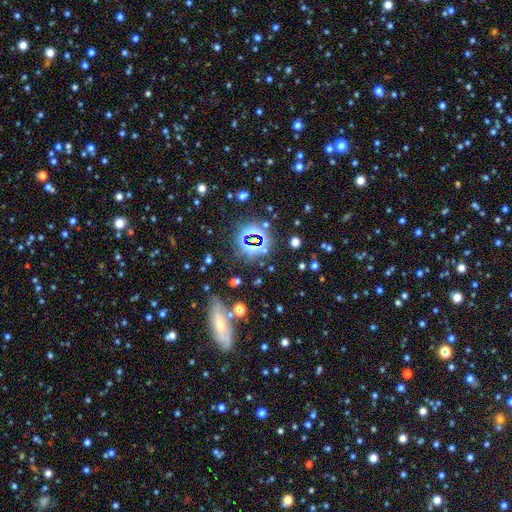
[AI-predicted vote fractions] Smooth or featured: star or artifact — 69% (smooth — 19%)